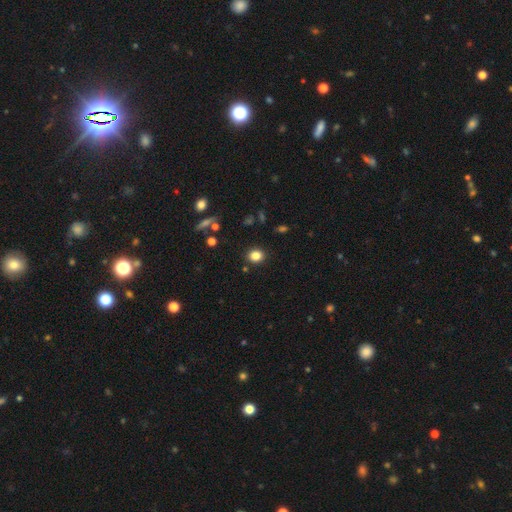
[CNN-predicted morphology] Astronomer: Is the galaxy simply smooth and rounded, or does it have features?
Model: smooth — 83%.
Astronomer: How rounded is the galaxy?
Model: round — 66%.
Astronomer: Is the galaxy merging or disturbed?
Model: none — 88%.